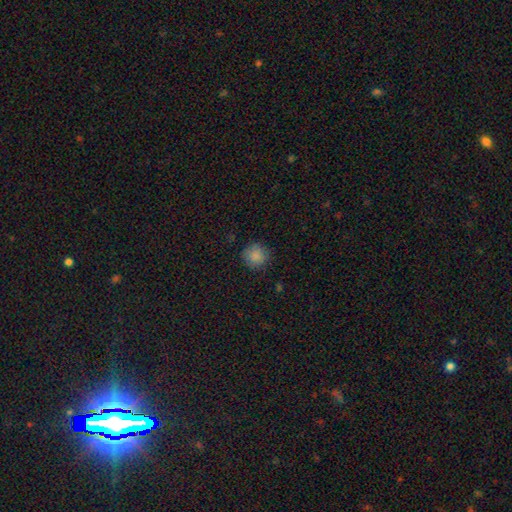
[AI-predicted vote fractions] This is clearly a smooth galaxy (86%). How rounded: clearly round (93%). Merging: clearly none (86%).